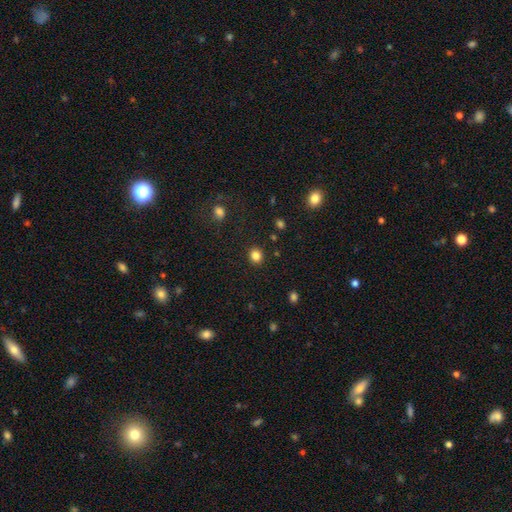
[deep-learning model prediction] This appears to be a smooth galaxy with no disk features (84%) that is round (83%). Merging: none (91%).